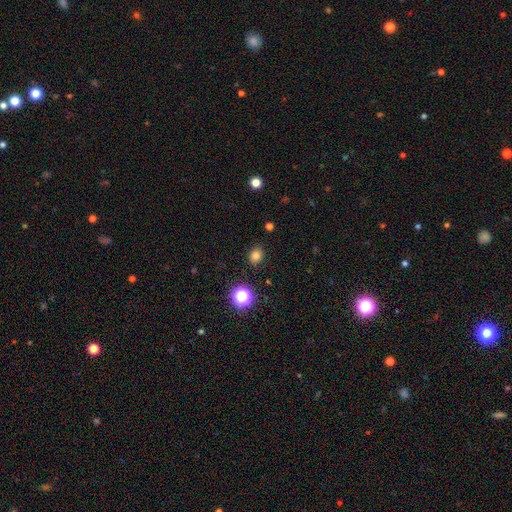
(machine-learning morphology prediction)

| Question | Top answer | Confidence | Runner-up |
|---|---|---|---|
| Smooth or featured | smooth | 78% | star or artifact (16%) |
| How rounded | round | 60% | in between (39%) |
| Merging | none | 88% | minor disturbance (8%) |